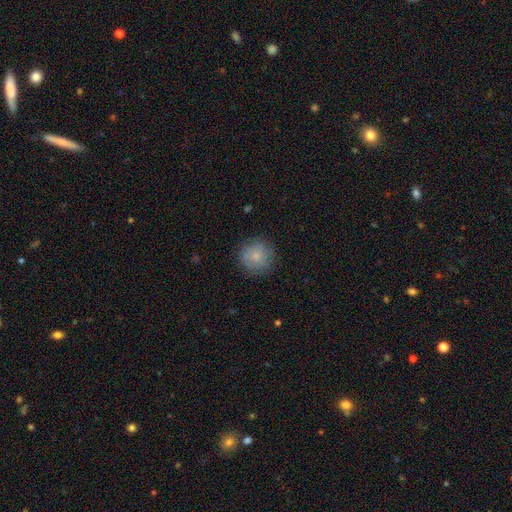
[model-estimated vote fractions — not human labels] A smooth galaxy with no disk features (81%) that is round (94%). Merging: none (84%).